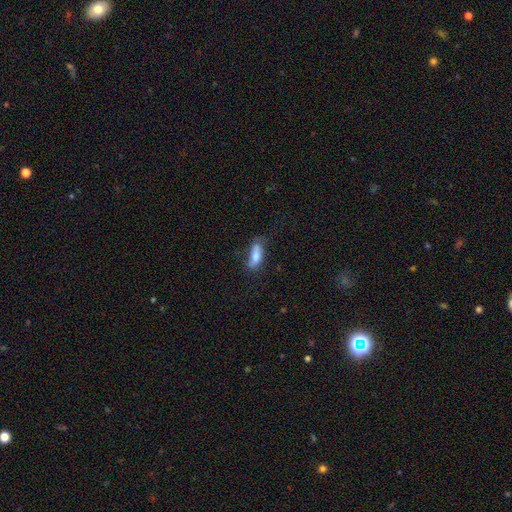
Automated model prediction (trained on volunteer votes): A smooth galaxy with no disk features (76%) that is in between round and cigar-shaped (61%).

Vote fractions:
- Smooth or featured? smooth: 76% / featured or disk: 16% / star or artifact: 7%
- How rounded? in between: 61% / cigar-shaped: 37% / round: 2%
- Merging? none: 59% / minor disturbance: 28% / major disturbance: 11% / merger: 3%